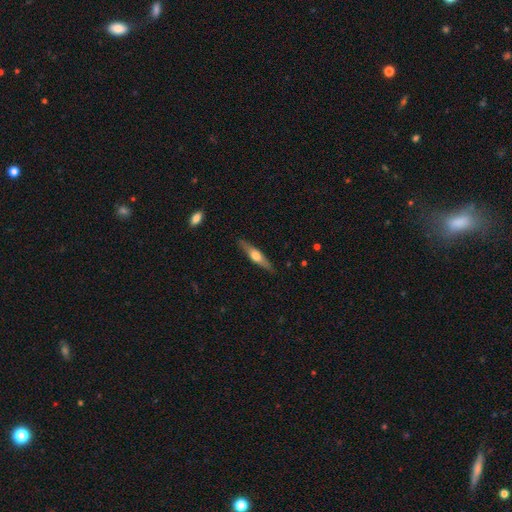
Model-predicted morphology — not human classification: Q: Smooth or featured?
A: featured or disk (55%); runner-up: smooth (40%)
Q: Edge-on disk?
A: yes (93%); runner-up: no (7%)
Q: Edge-on bulge?
A: rounded (89%); runner-up: boxy (6%)
Q: Merging?
A: none (87%); runner-up: minor disturbance (10%)